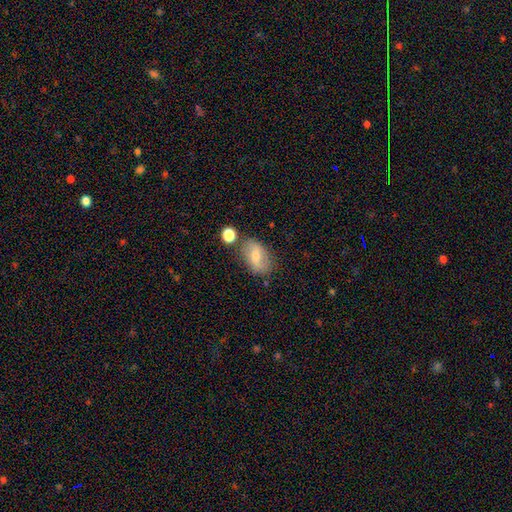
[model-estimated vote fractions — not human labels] Overall: smooth (61%; featured or disk 30%). How rounded: in between (87%). Merging: none (67%).